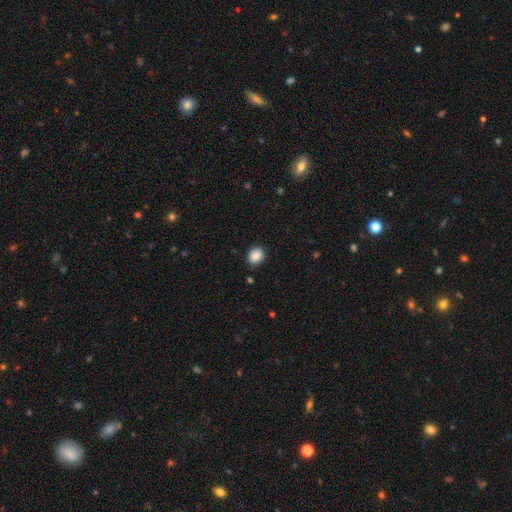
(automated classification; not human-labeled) This is clearly a smooth galaxy (89%). How rounded: possibly in between (54%). Merging: clearly none (86%).